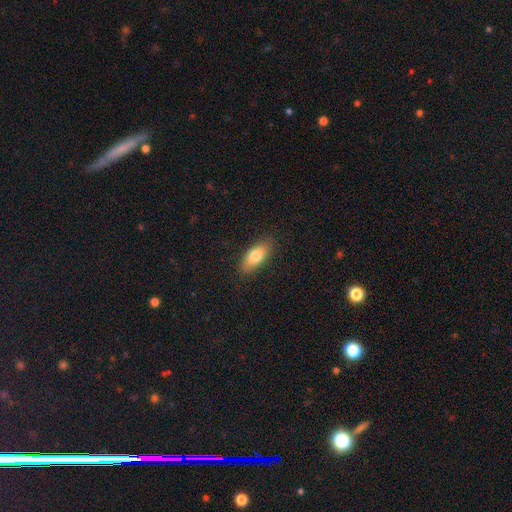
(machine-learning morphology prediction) Overall: smooth (80%). How rounded: in between (84%). Merging: none (86%).